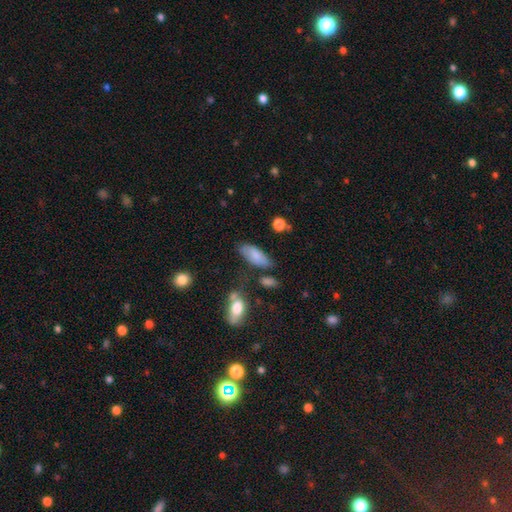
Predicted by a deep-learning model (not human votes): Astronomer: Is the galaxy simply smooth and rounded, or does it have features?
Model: smooth — 79%.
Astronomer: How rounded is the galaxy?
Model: in between — 82%.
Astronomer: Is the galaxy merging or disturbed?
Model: none — 65%.